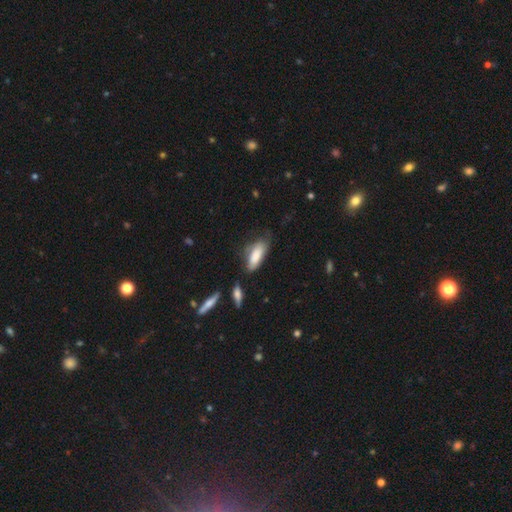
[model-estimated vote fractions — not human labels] This is likely a smooth galaxy (78%). How rounded: likely in between (76%). Merging: possibly none (49%).